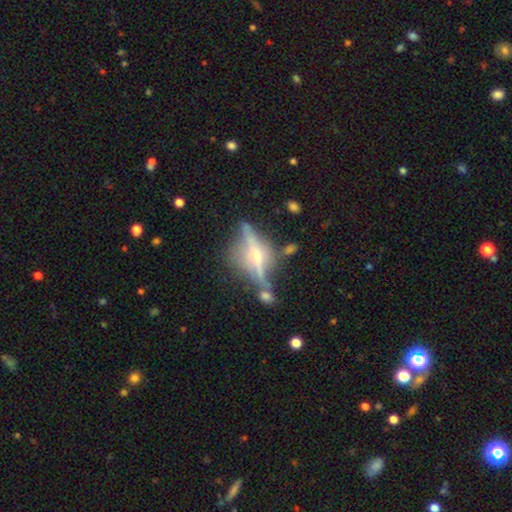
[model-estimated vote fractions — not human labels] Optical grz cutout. It shows a featured or disk galaxy (78%) viewed edge-on (91%) with a rounded central bulge (92%). Merging: none (71%).